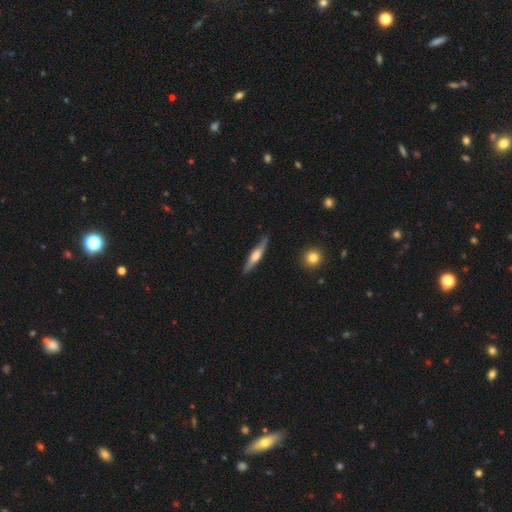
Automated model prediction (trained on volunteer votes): This appears to be a featured or disk galaxy (54%) viewed edge-on (92%). Merging: none (83%).